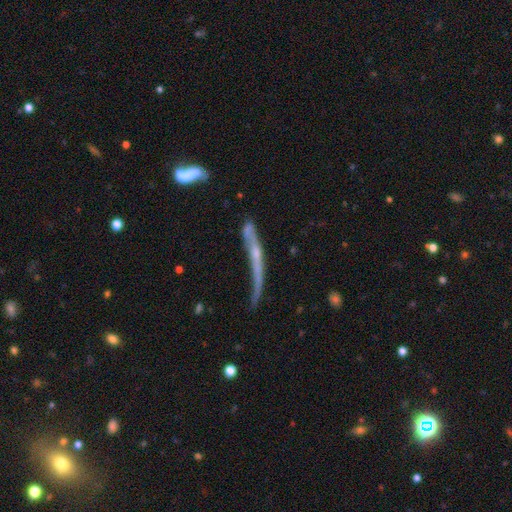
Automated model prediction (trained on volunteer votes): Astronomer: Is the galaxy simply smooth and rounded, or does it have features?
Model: featured or disk — 62%.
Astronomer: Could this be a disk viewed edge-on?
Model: yes — 73%.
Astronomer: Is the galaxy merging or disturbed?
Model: none — 33% (runner-up: major disturbance, 29%).